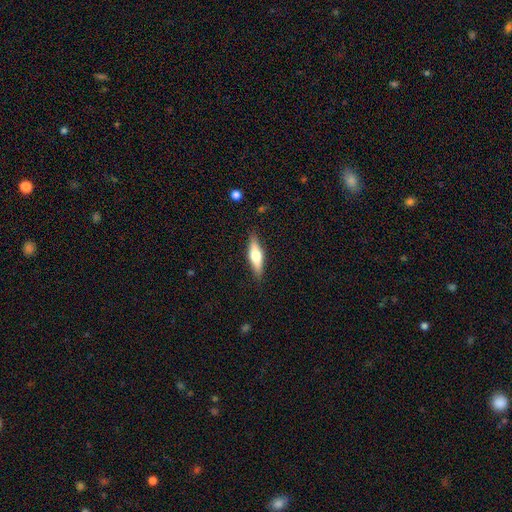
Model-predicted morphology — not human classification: smooth 51%, featured or disk 44%, star or artifact 6%. Down the decision tree: how rounded — cigar-shaped (57%); merging — none (86%).